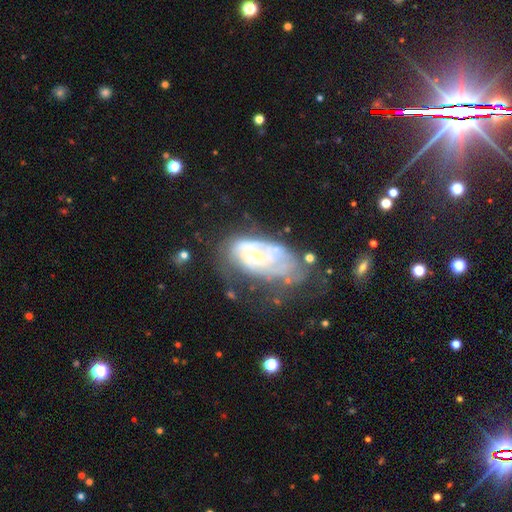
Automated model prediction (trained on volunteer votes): Overall: featured or disk (72%). Edge-on disk: no (95%). Bar: no (71%). Spiral arms: yes (64%; no 36%). Bulge size: small (55%; moderate 36%). Merging: major disturbance (33%; none 32%).